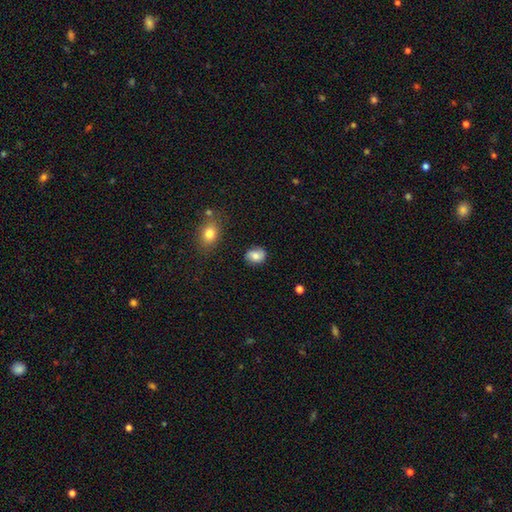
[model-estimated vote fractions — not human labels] smooth_or_featured: smooth (p=0.72) [alt: featured or disk p=0.19]
how_rounded: in between (p=0.59) [alt: round p=0.40]
merging: none (p=0.79) [alt: minor disturbance p=0.16]